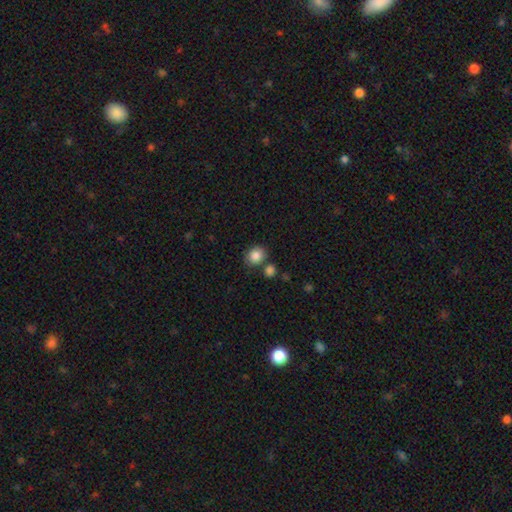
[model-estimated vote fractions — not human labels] smooth_or_featured: smooth (p=0.86) [alt: star or artifact p=0.09]
how_rounded: round (p=0.65) [alt: in between p=0.34]
merging: none (p=0.68) [alt: merger p=0.15]